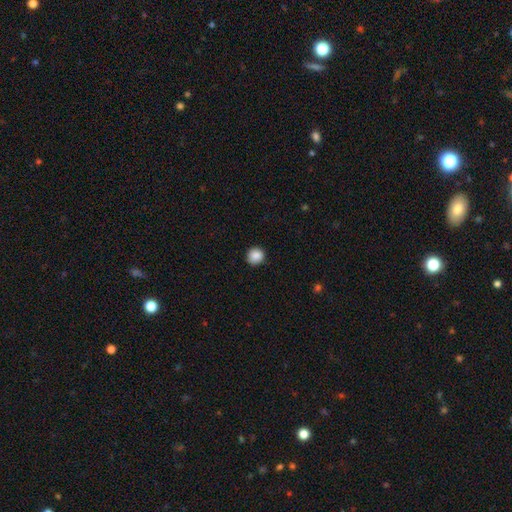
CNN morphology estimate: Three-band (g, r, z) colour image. It shows a smooth galaxy with no disk features (88%) that is round (92%). Merging: none (90%).